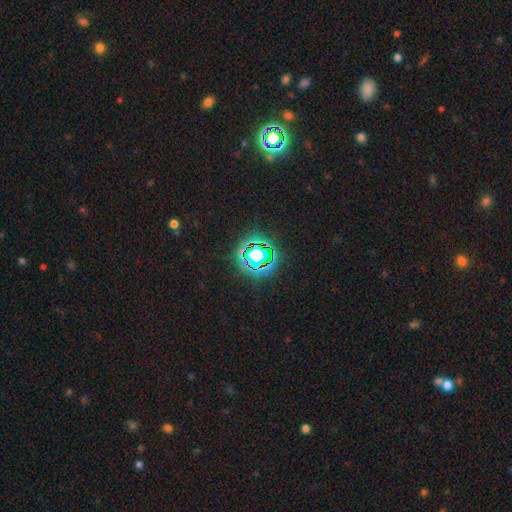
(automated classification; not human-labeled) smooth-or-featured: star or artifact: 72% | smooth: 17% | featured or disk: 11%